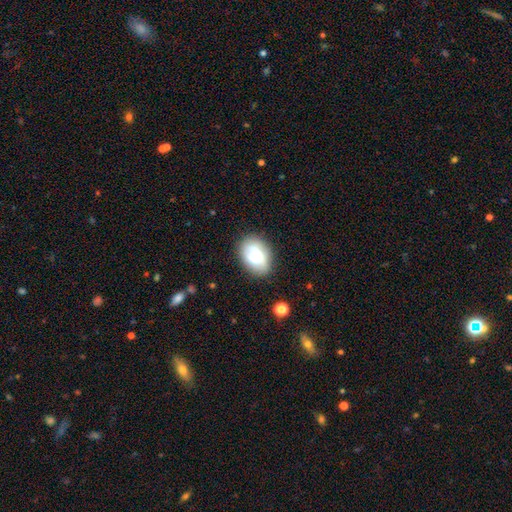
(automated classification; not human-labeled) smooth 64%, featured or disk 27%, star or artifact 9%. Down the decision tree: how rounded — in between (75%); merging — none (79%).